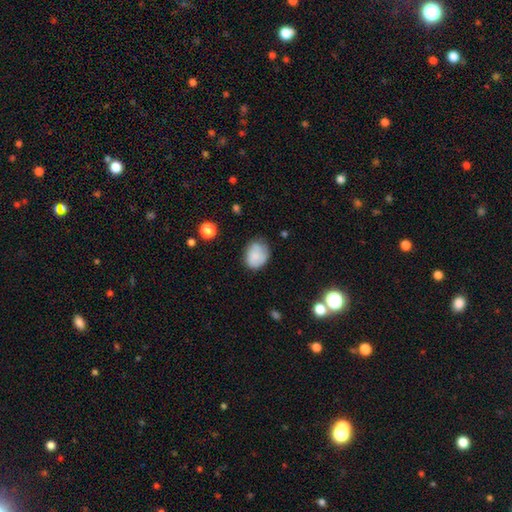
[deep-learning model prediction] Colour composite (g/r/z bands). It shows a smooth galaxy with no disk features (78%) that is in between round and cigar-shaped (53%). Merging: none (62%).